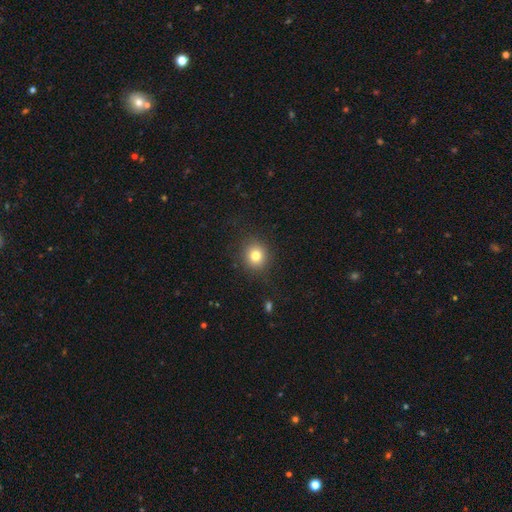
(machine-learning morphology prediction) smooth 80%, star or artifact 12%, featured or disk 8%. Down the decision tree: how rounded — round (86%); merging — none (88%).